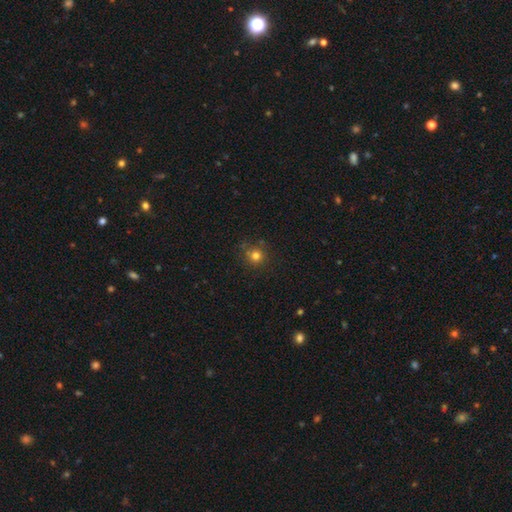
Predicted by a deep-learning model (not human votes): Smooth or featured?
  - smooth: 77% *
  - star or artifact: 16%
  - featured or disk: 7%
How rounded?
  - round: 93% *
  - in between: 6%
  - cigar-shaped: 1%
Merging?
  - none: 81% *
  - minor disturbance: 11%
  - merger: 5%
  - major disturbance: 3%